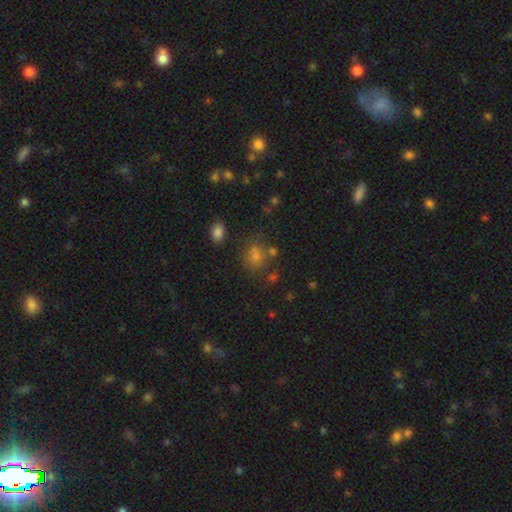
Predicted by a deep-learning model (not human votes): The model was most divided on "smooth or featured": smooth: 60%, star or artifact: 30%, featured or disk: 10%. More confident: how rounded — round (67%); merging — none (67%).